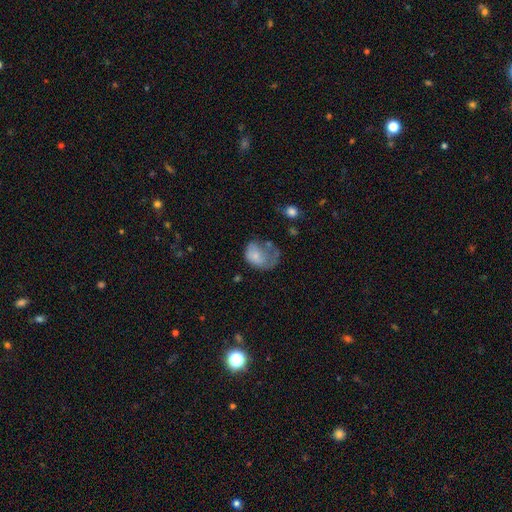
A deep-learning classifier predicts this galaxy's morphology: Smooth or featured? smooth (60%)
How rounded? in between (65%)
Merging? major disturbance (53%)